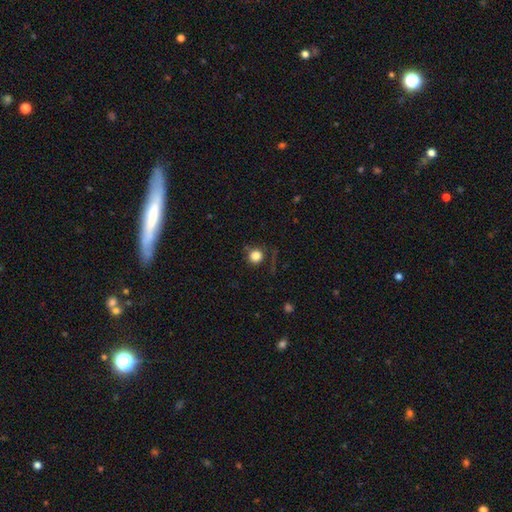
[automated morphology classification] smooth 82%, star or artifact 12%, featured or disk 6%. Down the decision tree: how rounded — round (92%); merging — none (78%).